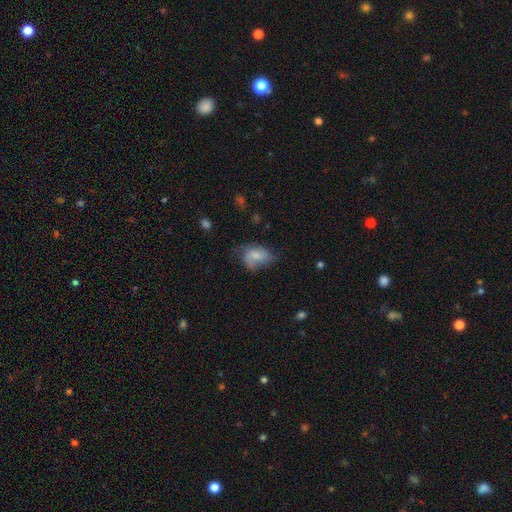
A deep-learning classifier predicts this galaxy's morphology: Overall: smooth (65%; featured or disk 26%). How rounded: in between (79%). Merging: none (39%; minor disturbance 37%).